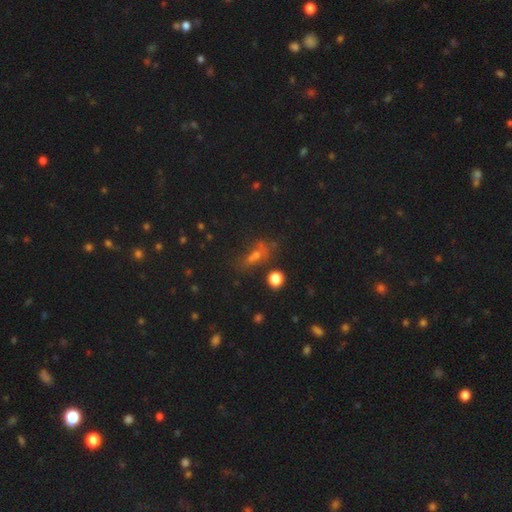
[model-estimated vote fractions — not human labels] The model was most divided on "smooth or featured": smooth: 44%, star or artifact: 37%, featured or disk: 19%. Remaining: merging — none (46%).